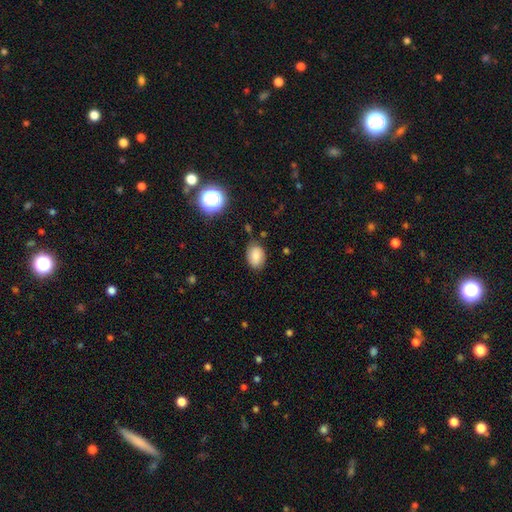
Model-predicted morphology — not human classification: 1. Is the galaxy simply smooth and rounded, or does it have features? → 83% smooth, 10% star or artifact, 7% featured or disk.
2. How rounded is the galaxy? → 81% in between, 17% round, 1% cigar-shaped.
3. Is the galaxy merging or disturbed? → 77% none, 17% minor disturbance, 4% major disturbance, 2% merger.